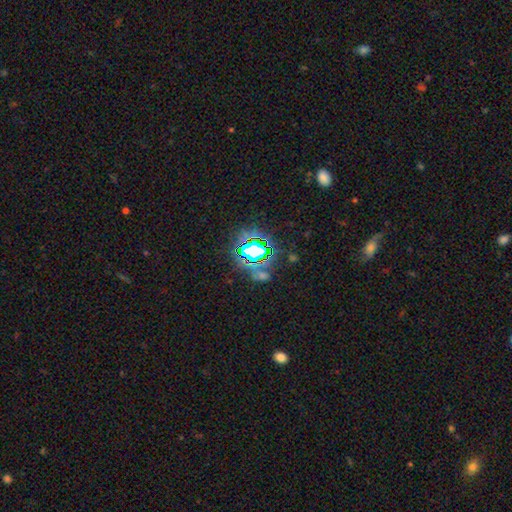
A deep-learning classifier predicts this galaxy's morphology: Smooth or featured? Predicted: star or artifact (p=0.69).